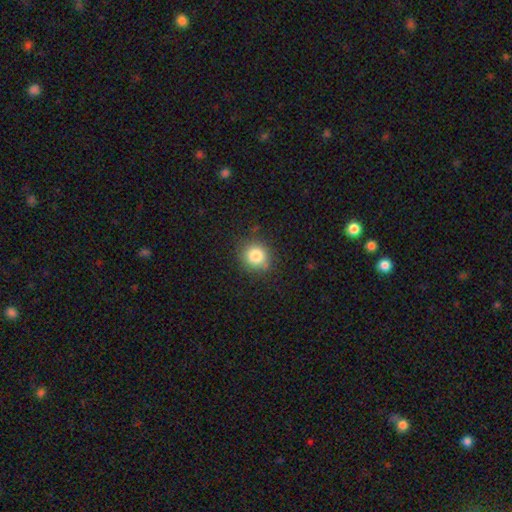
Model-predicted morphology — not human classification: smooth_or_featured: smooth (p=0.83) [alt: star or artifact p=0.11]
how_rounded: round (p=0.87) [alt: in between p=0.12]
merging: none (p=0.84) [alt: minor disturbance p=0.11]